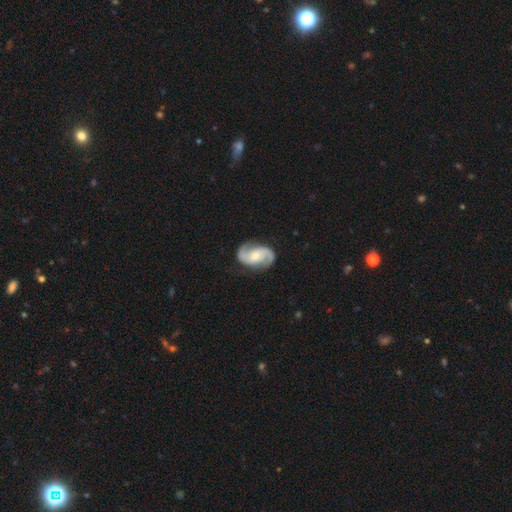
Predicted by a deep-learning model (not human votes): A featured or disk galaxy (87%) with no bar (47%), 2 (93%) medium (49%) spiral arms (97%) and a moderate central bulge (52%). Merging: none (83%).